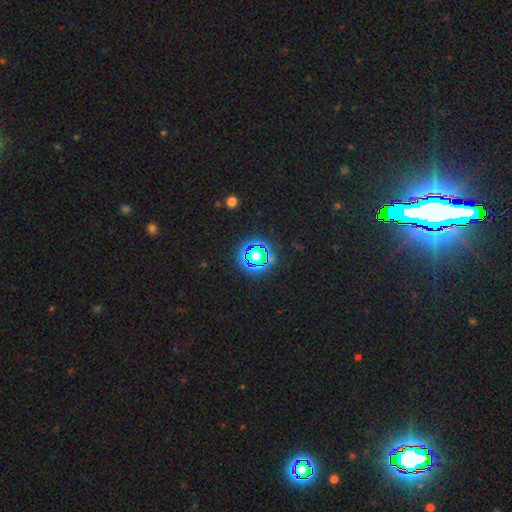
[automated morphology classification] type=star or artifact (61%).